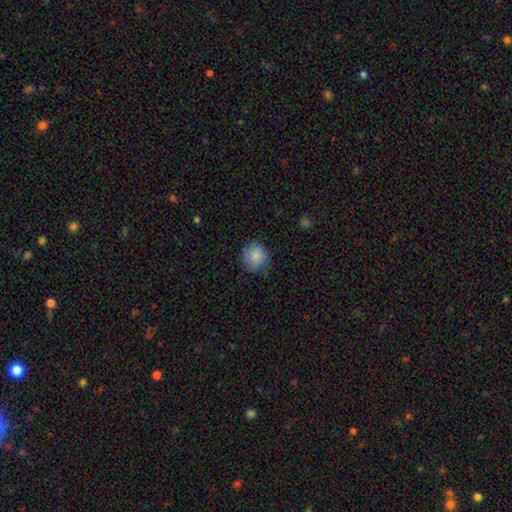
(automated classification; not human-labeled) A smooth galaxy with no disk features (83%) that is round (85%). Merging: none (73%).